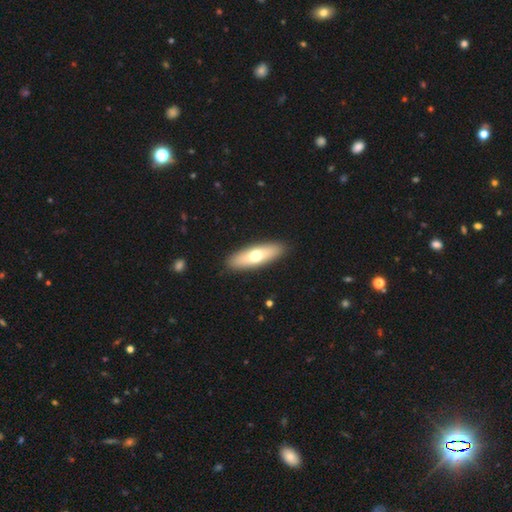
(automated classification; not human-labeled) Smooth or featured: smooth — 63% (featured or disk — 32%)
How rounded: in between — 49% (tied with cigar-shaped — 49%)
Merging: none — 91% (minor disturbance — 7%)